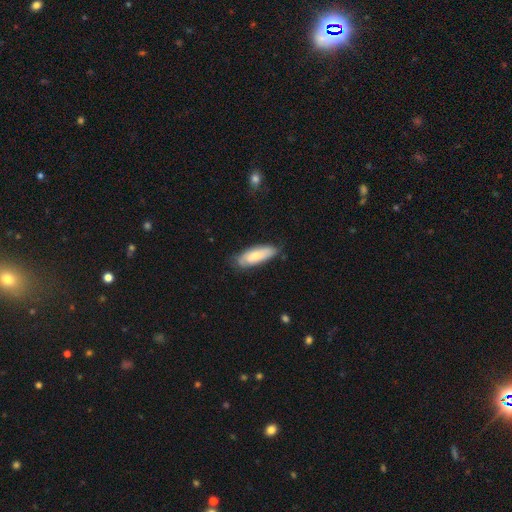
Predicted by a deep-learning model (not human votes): The model was most divided on "how rounded": in between: 68%, cigar-shaped: 30%, round: 2%. More confident: merging — none (74%); smooth or featured — smooth (73%).